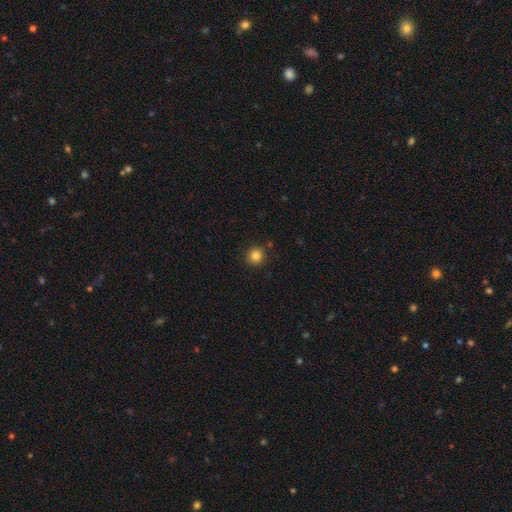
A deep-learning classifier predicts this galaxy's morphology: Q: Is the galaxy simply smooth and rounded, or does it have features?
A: smooth — 83%.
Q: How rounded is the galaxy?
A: round — 92%.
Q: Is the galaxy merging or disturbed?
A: none — 89%.